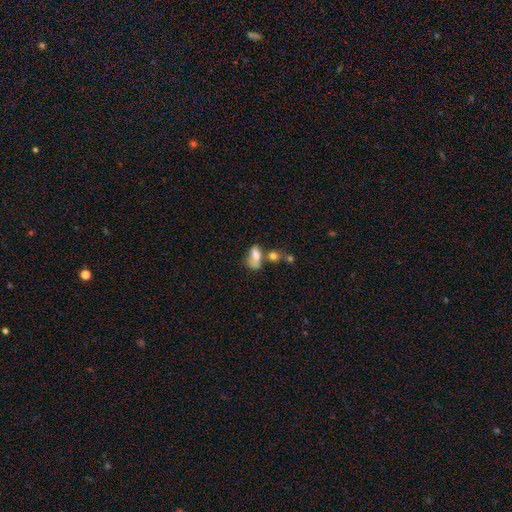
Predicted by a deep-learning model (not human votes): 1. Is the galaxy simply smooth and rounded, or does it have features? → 70% smooth, 19% featured or disk, 11% star or artifact.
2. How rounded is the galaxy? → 85% in between, 11% round, 3% cigar-shaped.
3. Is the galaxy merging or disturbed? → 36% merger, 24% none, 21% major disturbance, 19% minor disturbance.